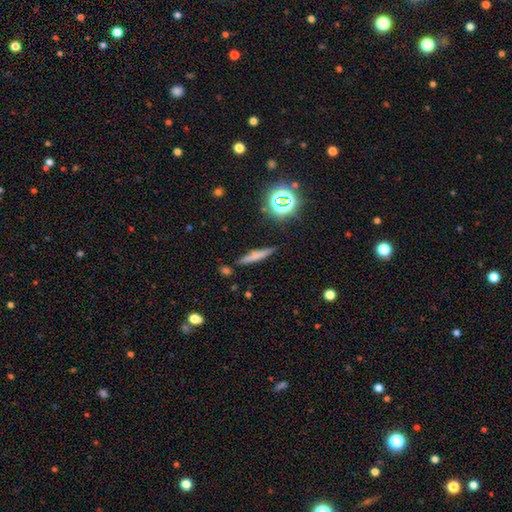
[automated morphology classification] Overall: smooth (60%; featured or disk 26%). How rounded: cigar-shaped (89%). Merging: none (81%).